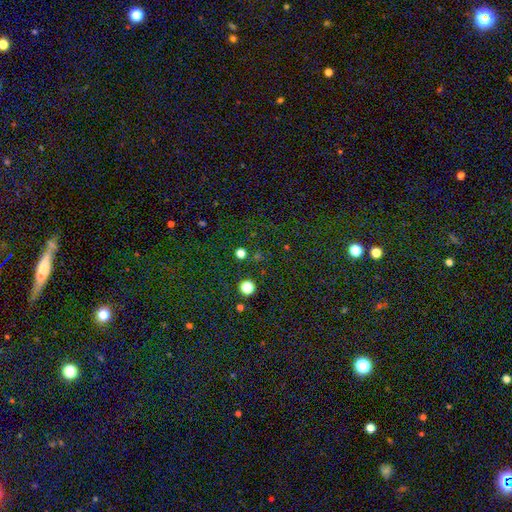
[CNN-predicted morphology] Q: Smooth or featured?
A: star or artifact (77%); runner-up: smooth (15%)